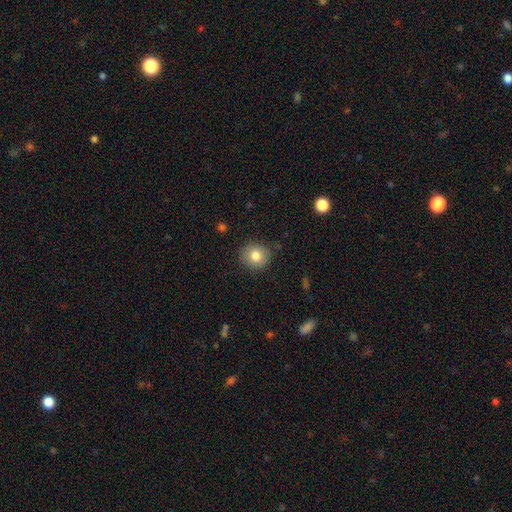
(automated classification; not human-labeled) Q: Smooth or featured?
A: smooth (81%); runner-up: featured or disk (10%)
Q: How rounded?
A: round (85%); runner-up: in between (14%)
Q: Merging?
A: none (86%); runner-up: minor disturbance (10%)